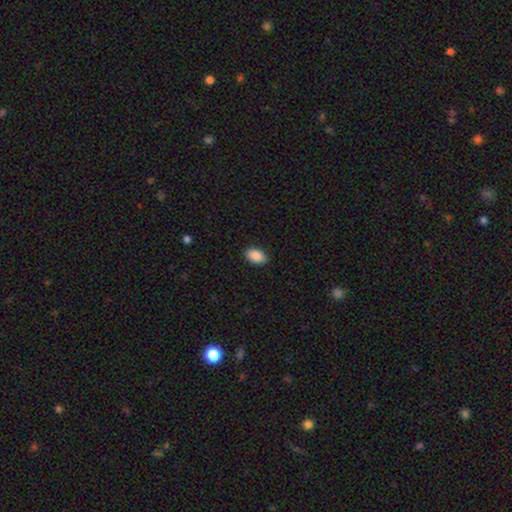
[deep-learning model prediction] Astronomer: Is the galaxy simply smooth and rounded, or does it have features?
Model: smooth — 90%.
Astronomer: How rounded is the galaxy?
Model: in between — 92%.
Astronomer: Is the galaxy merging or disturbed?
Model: none — 88%.